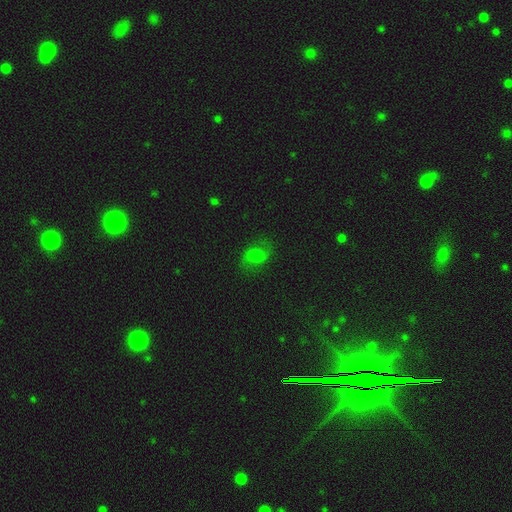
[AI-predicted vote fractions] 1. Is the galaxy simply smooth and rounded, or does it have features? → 50% smooth, 33% featured or disk, 17% star or artifact.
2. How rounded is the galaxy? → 72% in between, 26% round, 2% cigar-shaped.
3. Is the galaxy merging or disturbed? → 68% none, 19% minor disturbance, 12% major disturbance, 2% merger.